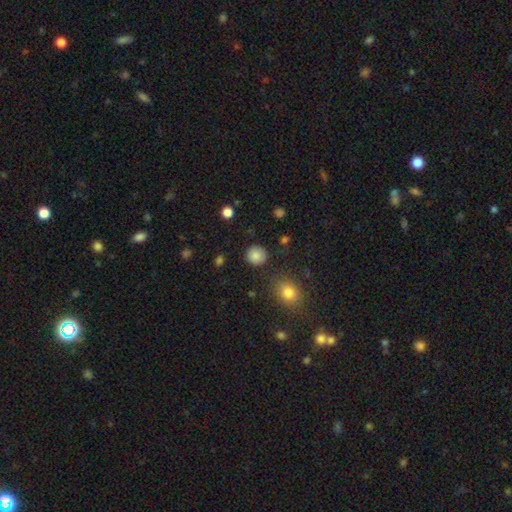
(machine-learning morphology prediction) smooth-or-featured: smooth: 85% | star or artifact: 10% | featured or disk: 5%
  how-rounded: round: 90% | in between: 9% | cigar-shaped: 1%
  merging: none: 86% | minor disturbance: 9% | major disturbance: 3% | merger: 2%